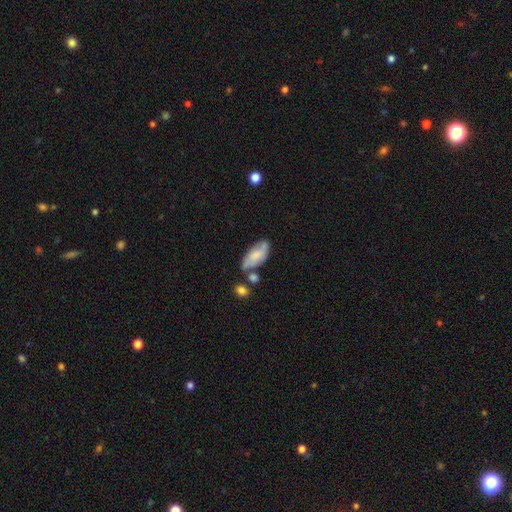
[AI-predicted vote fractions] A smooth galaxy with no disk features (62%) that is in between round and cigar-shaped (88%).

Vote fractions:
- Smooth or featured? smooth: 62% / featured or disk: 31% / star or artifact: 7%
- How rounded? in between: 88% / cigar-shaped: 9% / round: 3%
- Merging? none: 50% / minor disturbance: 25% / merger: 17% / major disturbance: 8%